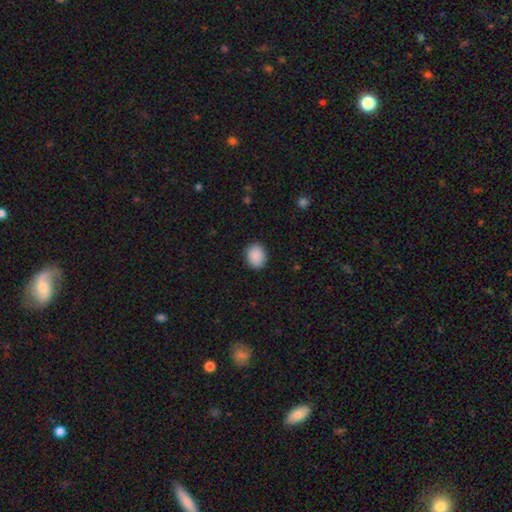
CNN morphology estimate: Smooth or featured? smooth (90%)
How rounded? in between (51%)
Merging? none (89%)